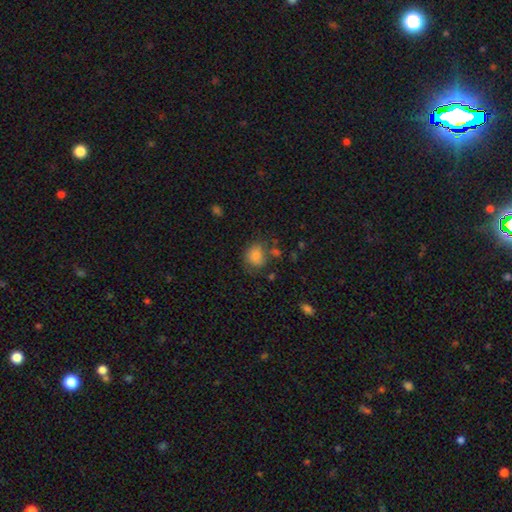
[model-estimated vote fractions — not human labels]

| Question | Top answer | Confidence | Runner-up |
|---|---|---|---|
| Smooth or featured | smooth | 80% | star or artifact (11%) |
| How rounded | round | 65% | in between (34%) |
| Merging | none | 62% | minor disturbance (21%) |